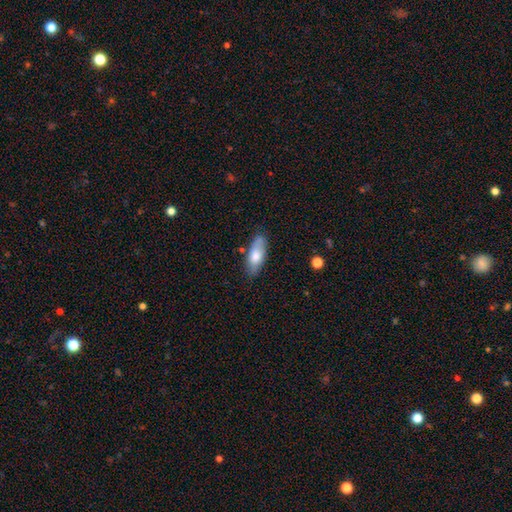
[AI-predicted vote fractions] smooth 73%, featured or disk 21%, star or artifact 6%. Down the decision tree: how rounded — in between (77%); merging — none (76%).